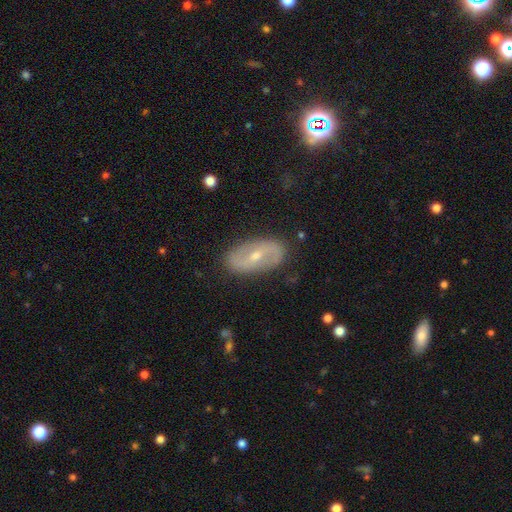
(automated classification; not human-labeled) This is likely a featured or disk galaxy (72%). It is clearly not viewed edge-on (92%). Bar: marginally weak (41%). Spiral arm pattern: likely yes (71%). Central bulge: possibly small (55%). Merging: clearly none (84%).